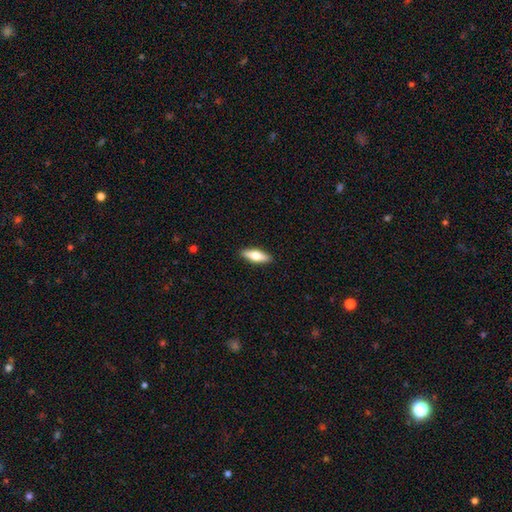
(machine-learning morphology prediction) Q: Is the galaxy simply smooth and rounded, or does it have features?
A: smooth — 62%.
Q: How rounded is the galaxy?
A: in between — 56%.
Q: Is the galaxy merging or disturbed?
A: none — 90%.